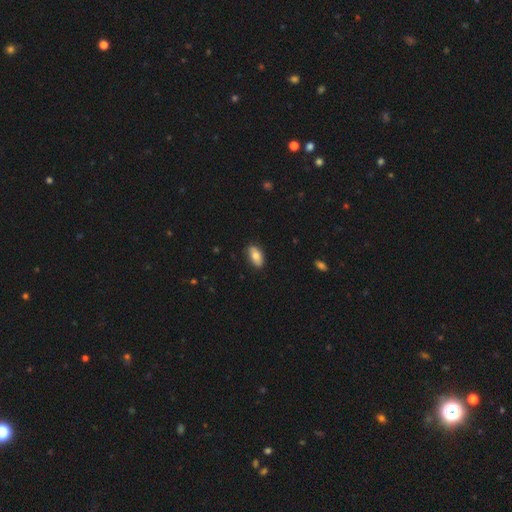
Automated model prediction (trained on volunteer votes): smooth 76%, featured or disk 17%, star or artifact 7%. Down the decision tree: how rounded — in between (91%); merging — none (85%).